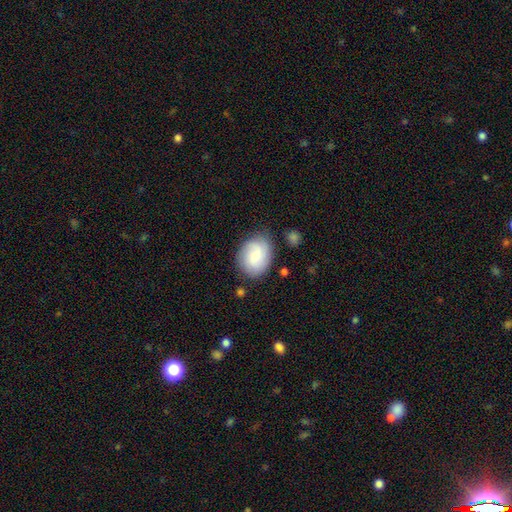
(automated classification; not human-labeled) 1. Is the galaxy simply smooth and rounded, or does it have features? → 69% smooth, 24% featured or disk, 7% star or artifact.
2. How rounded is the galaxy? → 58% in between, 41% round, 1% cigar-shaped.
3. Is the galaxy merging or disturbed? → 72% none, 19% minor disturbance, 6% major disturbance, 3% merger.